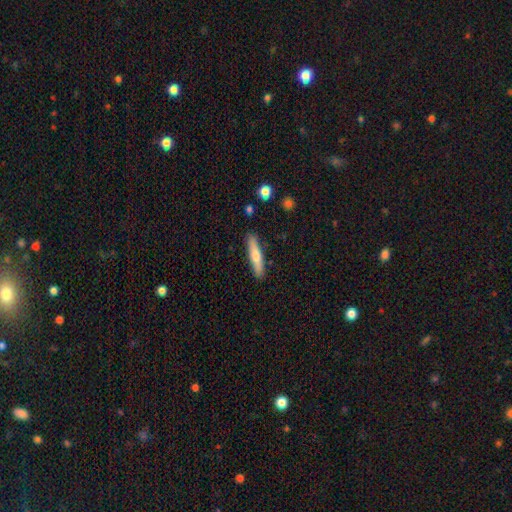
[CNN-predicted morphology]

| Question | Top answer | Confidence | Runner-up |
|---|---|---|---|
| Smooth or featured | smooth | 60% | featured or disk (34%) |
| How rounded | cigar-shaped | 86% | in between (12%) |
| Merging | none | 90% | minor disturbance (7%) |